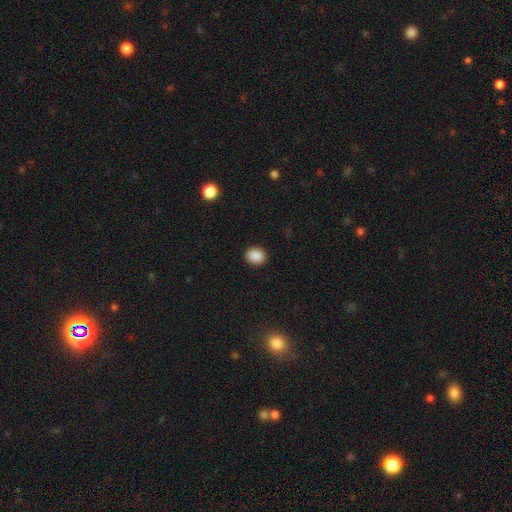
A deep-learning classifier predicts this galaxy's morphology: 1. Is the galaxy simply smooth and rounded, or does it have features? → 88% smooth, 9% star or artifact, 3% featured or disk.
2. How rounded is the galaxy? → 64% round, 35% in between, 1% cigar-shaped.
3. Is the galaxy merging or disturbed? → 91% none, 6% minor disturbance, 2% major disturbance, 1% merger.